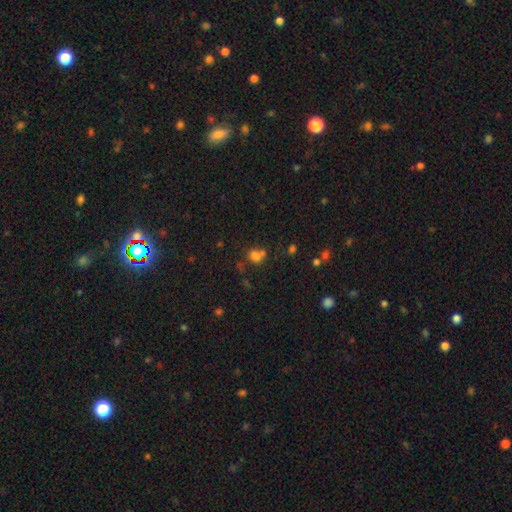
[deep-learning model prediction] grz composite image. It shows a smooth galaxy with no disk features (69%) that is round (58%). Merging: none (42%).